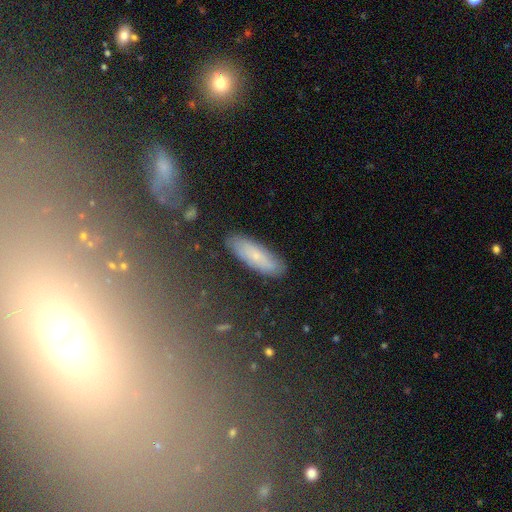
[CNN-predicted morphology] smooth_or_featured: smooth (p=0.60) [alt: featured or disk p=0.32]
how_rounded: cigar-shaped (p=0.55) [alt: in between p=0.43]
merging: none (p=0.82) [alt: minor disturbance p=0.13]